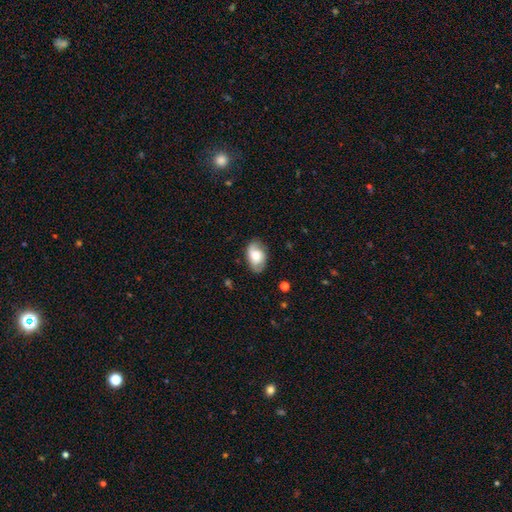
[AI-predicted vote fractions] Morphology: type=smooth (51%); roundness=in between (86%); merging=none (77%).